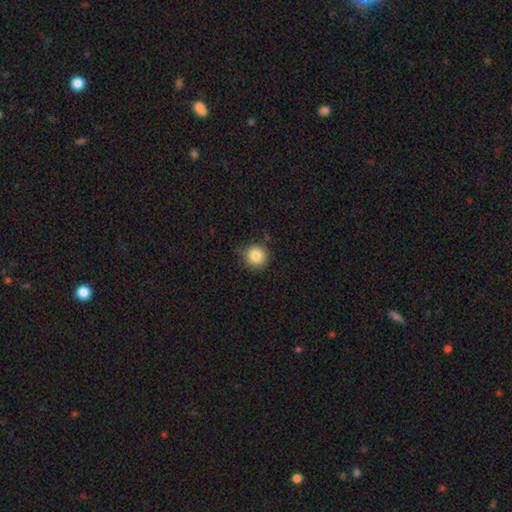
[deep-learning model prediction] The model was most divided on "merging": none: 78%, minor disturbance: 17%, major disturbance: 3%, merger: 2%. More confident: how rounded — round (93%); smooth or featured — smooth (85%).